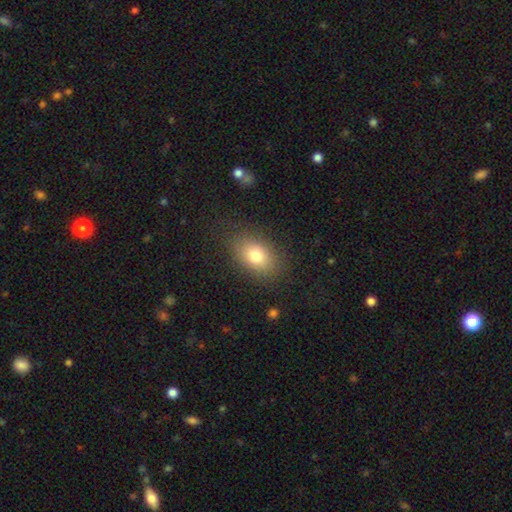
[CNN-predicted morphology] The model was most divided on "smooth or featured": smooth: 77%, featured or disk: 13%, star or artifact: 10%. More confident: how rounded — in between (82%); merging — none (82%).